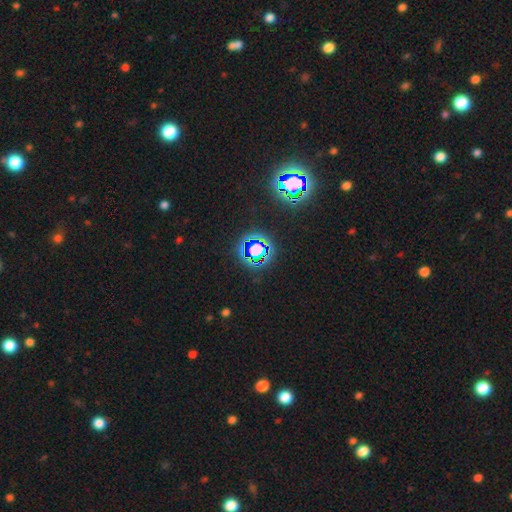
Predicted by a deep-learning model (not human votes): A star or artifact, not a galaxy (81%).